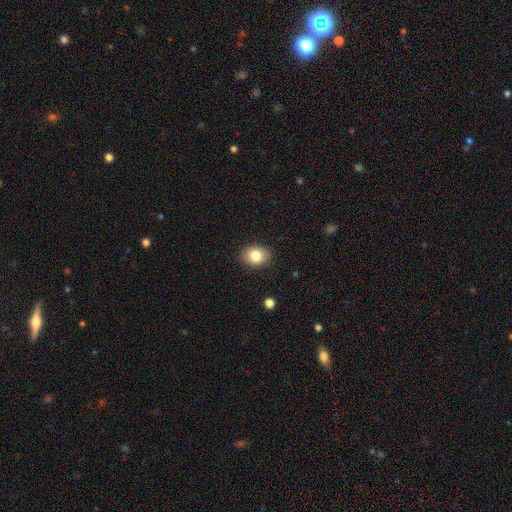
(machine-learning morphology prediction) This appears to be a smooth galaxy with no disk features (82%) that is in between round and cigar-shaped (54%). Merging: none (88%).